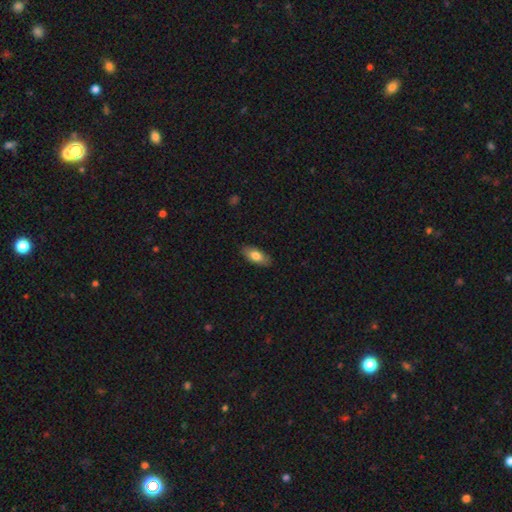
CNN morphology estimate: Smooth or featured? smooth (77%)
How rounded? in between (86%)
Merging? none (87%)